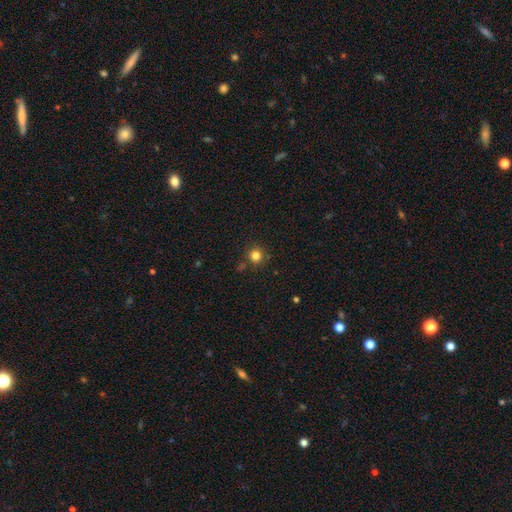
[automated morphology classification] This is clearly a smooth galaxy (81%). How rounded: clearly round (94%). Merging: clearly none (84%).